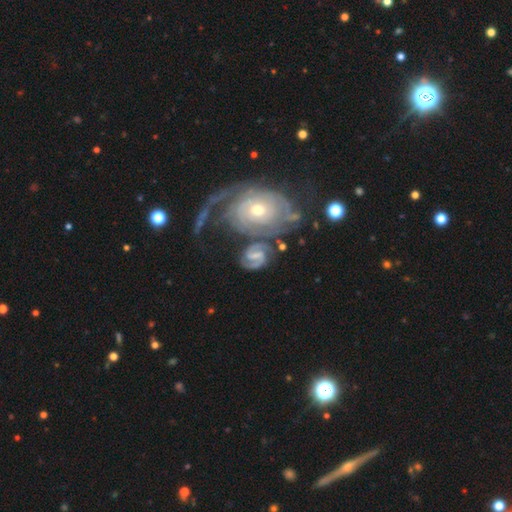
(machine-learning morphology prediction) The model was most divided on "spiral winding": medium: 48%, tight: 33%, loose: 19%. Remaining: edge-on disk — no (98%); spiral arms — yes (96%); spiral arm count — 2 (89%); smooth or featured — featured or disk (85%); merging — none (56%); bulge size — small (48%); bar — weak (47%).